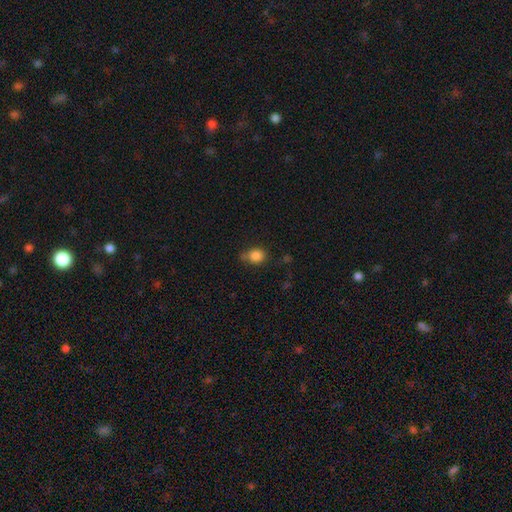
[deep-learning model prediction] Smooth or featured?
  - smooth: 84% *
  - star or artifact: 10%
  - featured or disk: 5%
How rounded?
  - round: 63% *
  - in between: 36%
  - cigar-shaped: 1%
Merging?
  - none: 62% *
  - minor disturbance: 27%
  - major disturbance: 6%
  - merger: 5%